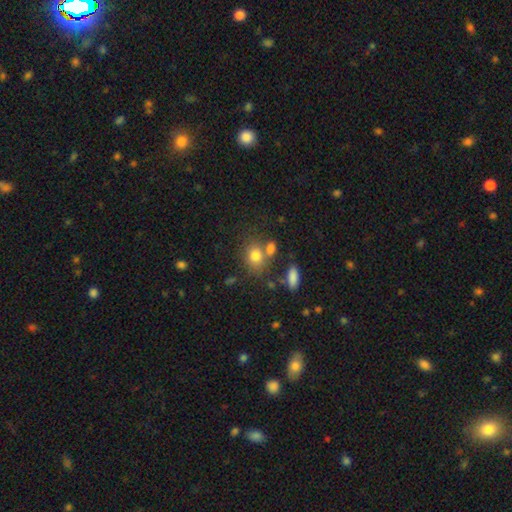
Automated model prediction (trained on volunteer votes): Overall: smooth (78%). How rounded: round (50%; in between 48%). Merging: none (54%; merger 27%).